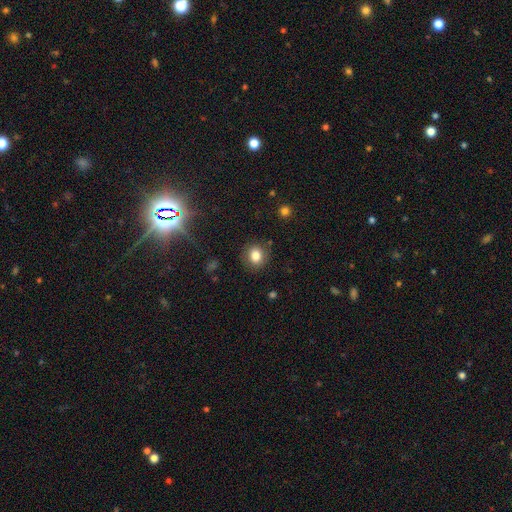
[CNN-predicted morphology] Overall: smooth (82%). How rounded: round (78%). Merging: none (86%).